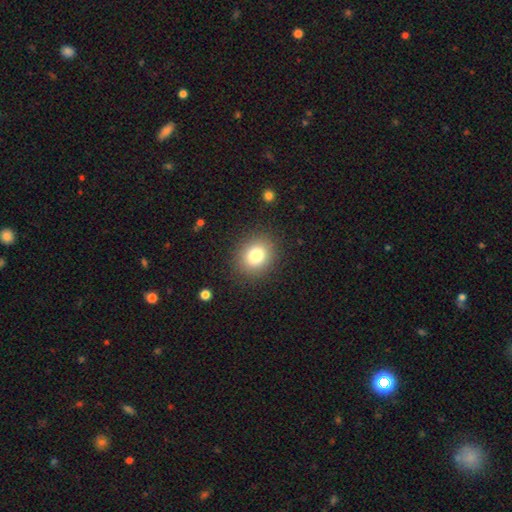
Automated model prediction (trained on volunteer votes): Overall: smooth (80%). How rounded: round (69%; in between 30%). Merging: none (88%).